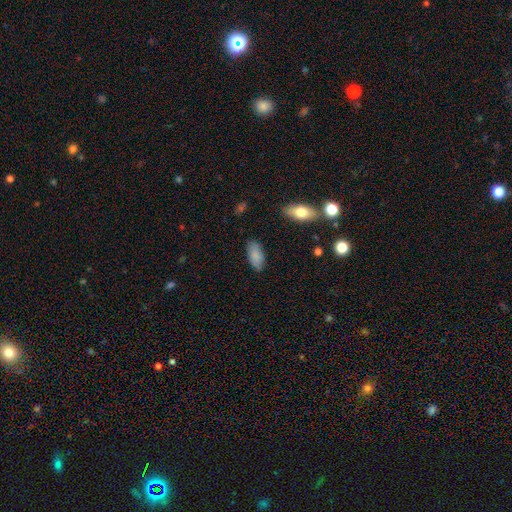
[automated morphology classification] The model was most divided on "merging": none: 82%, minor disturbance: 14%, major disturbance: 3%, merger: 1%. More confident: how rounded — in between (91%); smooth or featured — smooth (85%).